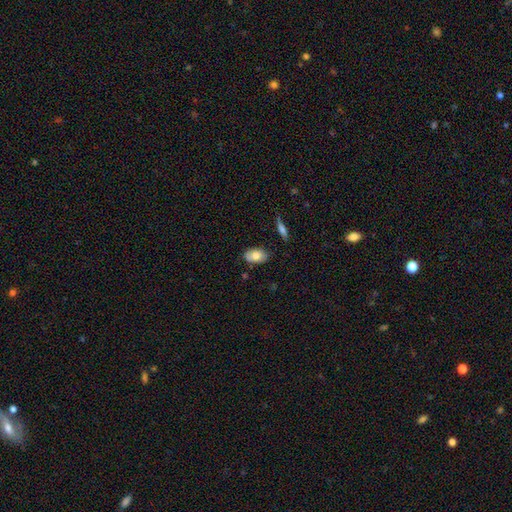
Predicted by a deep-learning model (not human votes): smooth 74%, featured or disk 19%, star or artifact 7%. Down the decision tree: how rounded — in between (92%); merging — none (81%).